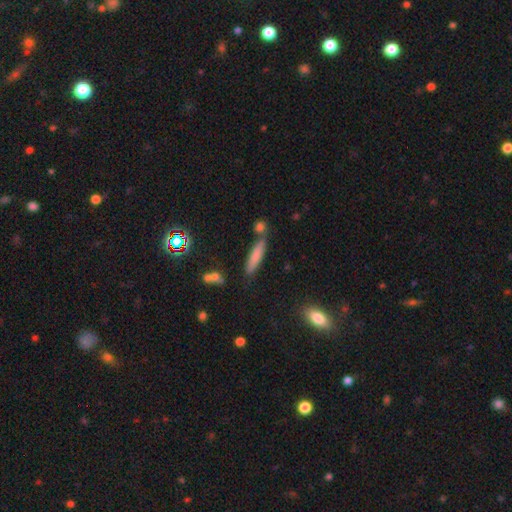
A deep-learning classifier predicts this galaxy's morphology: Smooth or featured: smooth — 74% (featured or disk — 17%)
How rounded: cigar-shaped — 84% (in between — 14%)
Merging: none — 71% (minor disturbance — 13%)